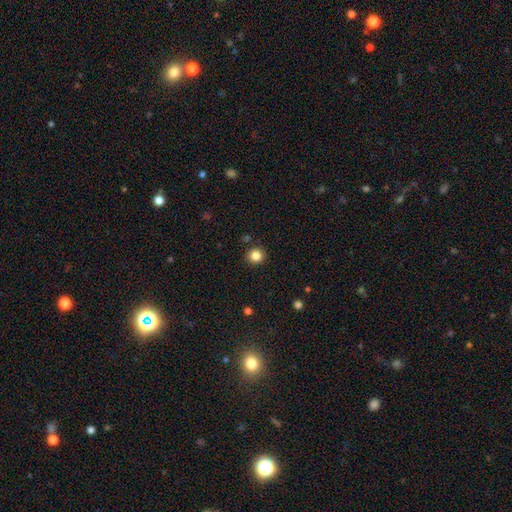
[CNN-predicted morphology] smooth 84%, star or artifact 11%, featured or disk 4%. Down the decision tree: how rounded — round (90%); merging — none (89%).